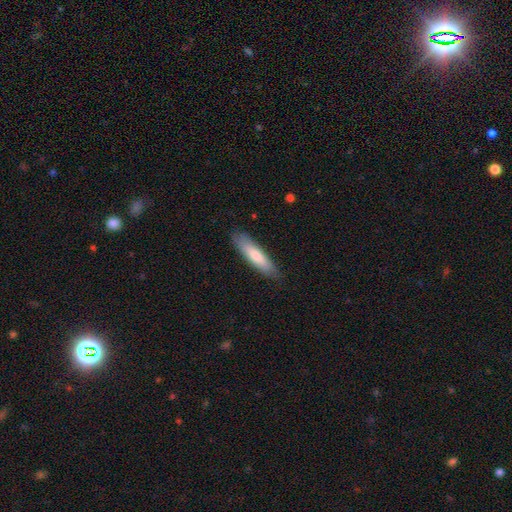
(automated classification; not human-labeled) Smooth or featured?
  - smooth: 72% *
  - featured or disk: 22%
  - star or artifact: 6%
How rounded?
  - cigar-shaped: 76% *
  - in between: 23%
  - round: 1%
Merging?
  - none: 85% *
  - minor disturbance: 11%
  - major disturbance: 2%
  - merger: 1%